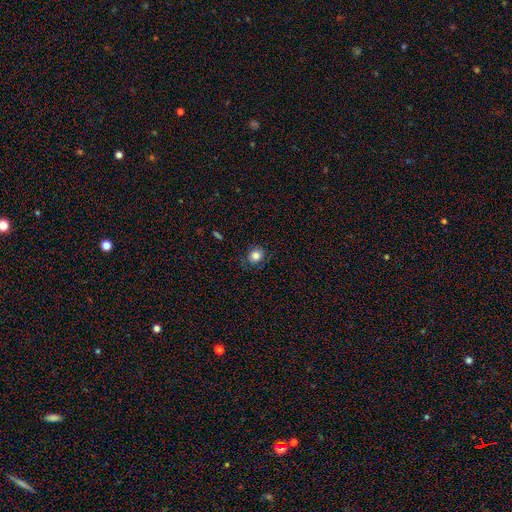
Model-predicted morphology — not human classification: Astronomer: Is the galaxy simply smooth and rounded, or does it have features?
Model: smooth — 82%.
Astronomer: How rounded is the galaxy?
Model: round — 72%.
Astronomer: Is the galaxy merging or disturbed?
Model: none — 81%.